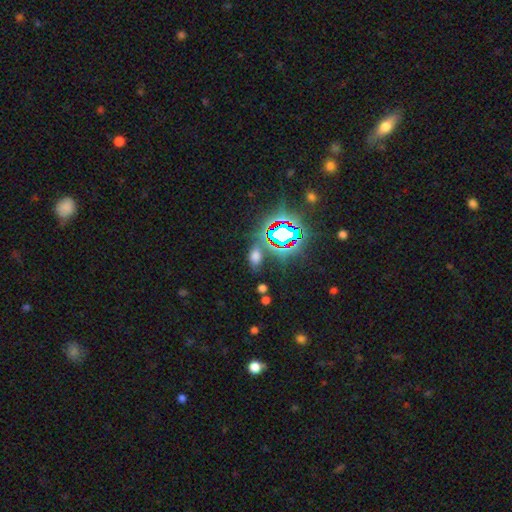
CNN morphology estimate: smooth_or_featured: smooth (p=0.51) [alt: star or artifact p=0.40]
how_rounded: in between (p=0.84) [alt: round p=0.11]
merging: none (p=0.73) [alt: minor disturbance p=0.15]